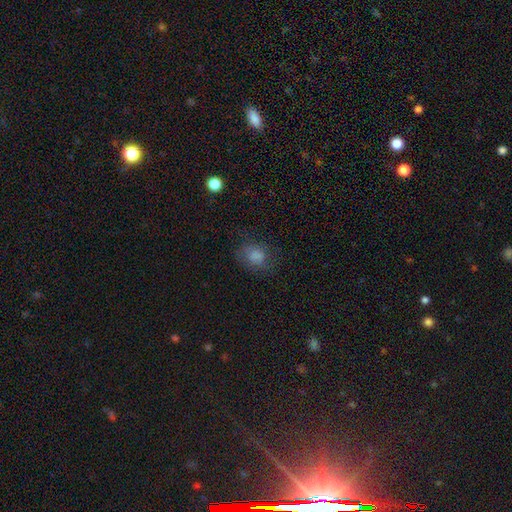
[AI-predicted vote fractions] smooth_or_featured: smooth (p=0.79) [alt: star or artifact p=0.12]
how_rounded: round (p=0.55) [alt: in between p=0.44]
merging: none (p=0.69) [alt: minor disturbance p=0.20]